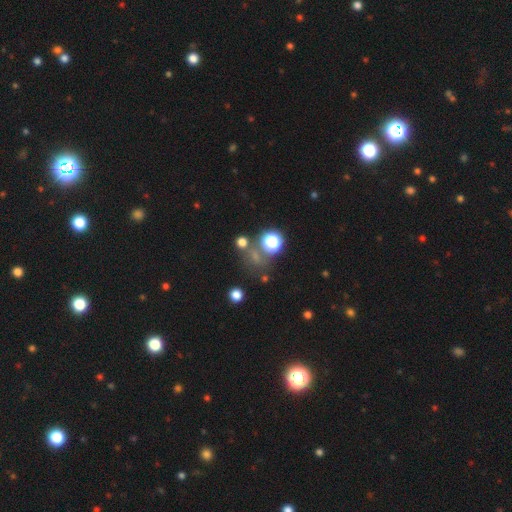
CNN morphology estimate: smooth-or-featured: smooth: 50% | star or artifact: 39% | featured or disk: 11%
  merging: none: 62% | merger: 17% | minor disturbance: 12% | major disturbance: 9%